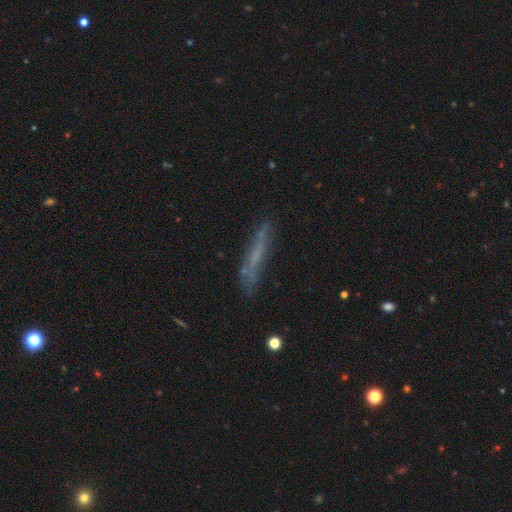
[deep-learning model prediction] A smooth galaxy with no disk features (48%). Merging: none (73%).